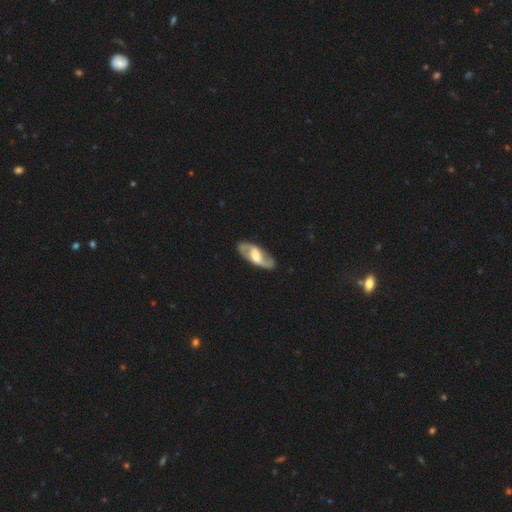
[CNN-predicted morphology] smooth-or-featured: featured or disk: 78% | smooth: 18% | star or artifact: 5%
  disk-edge-on: no: 91% | yes: 9%
    bar: weak: 43% | no: 30% | strong: 27%
    has-spiral-arms: yes: 89% | no: 11%
      spiral-winding: medium: 47% | loose: 35% | tight: 18%
      spiral-arm-count: 2: 91% | can't tell: 4% | 1: 2% | 3: 1% | 4: 1% | more than 4: 1%
    bulge-size: large: 38% | moderate: 37% | small: 12% | none: 10% | dominant: 3%
  merging: none: 85% | minor disturbance: 10% | major disturbance: 3% | merger: 1%